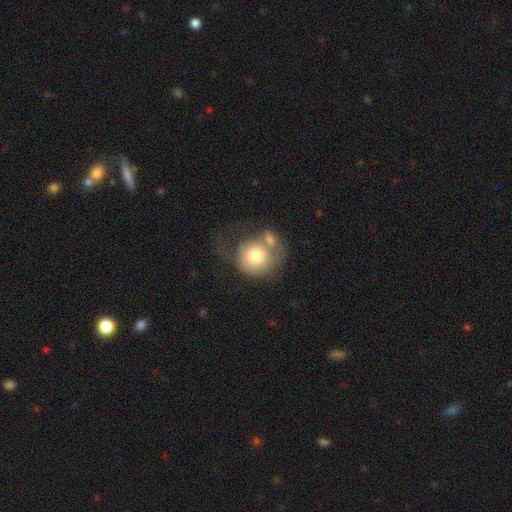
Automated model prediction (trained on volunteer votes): smooth_or_featured: smooth (p=0.69) [alt: featured or disk p=0.23]
how_rounded: round (p=0.86) [alt: in between p=0.13]
merging: merger (p=0.31) [alt: none p=0.29]